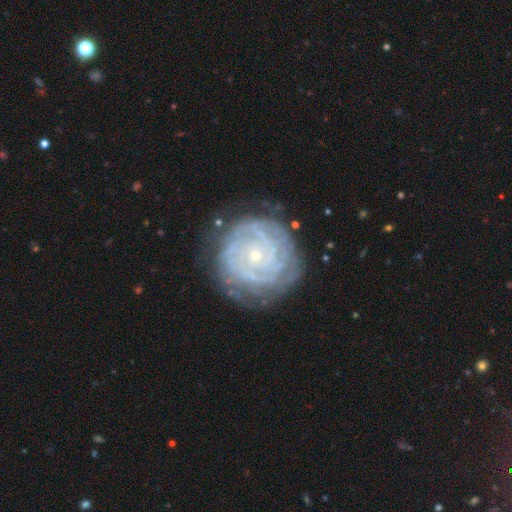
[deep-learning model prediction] Overall: featured or disk (87%). Edge-on disk: no (98%). Bar: no (80%). Spiral arms: yes (97%). Spiral arm count: can't tell (25%; 4 23%). Spiral winding: tight (87%). Bulge size: small (85%). Merging: none (79%).